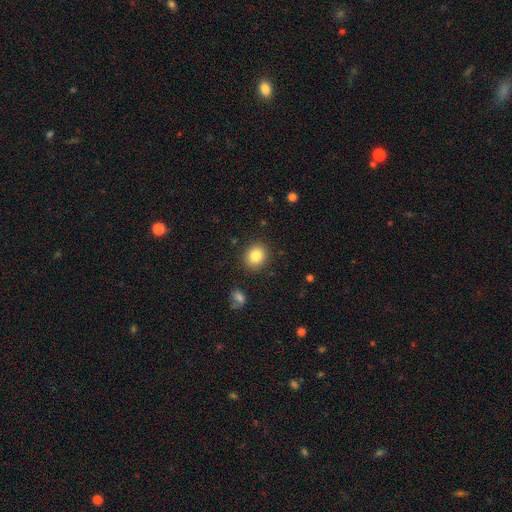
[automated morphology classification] smooth_or_featured: smooth (p=0.84) [alt: star or artifact p=0.10]
how_rounded: round (p=0.78) [alt: in between p=0.21]
merging: none (p=0.89) [alt: minor disturbance p=0.07]